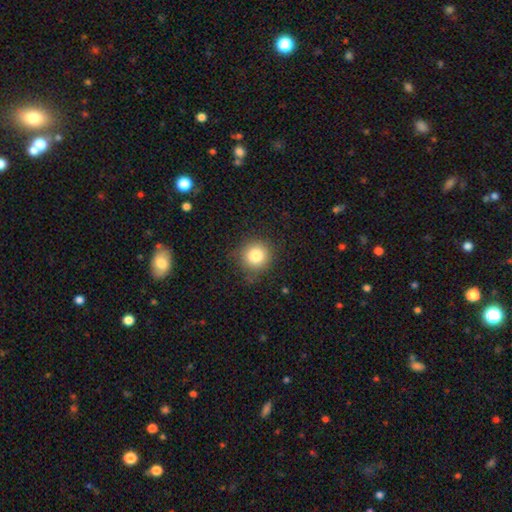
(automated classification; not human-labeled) Smooth or featured: smooth — 82% (star or artifact — 11%)
How rounded: round — 92% (in between — 7%)
Merging: none — 82% (minor disturbance — 13%)